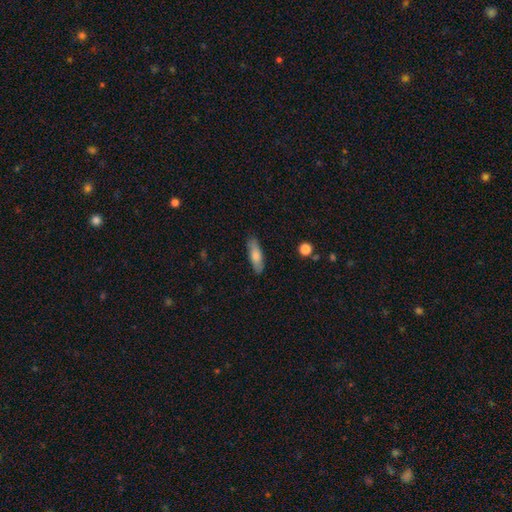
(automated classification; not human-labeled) The model was most divided on "how rounded": cigar-shaped: 55%, in between: 43%, round: 2%. More confident: merging — none (86%); smooth or featured — smooth (73%).